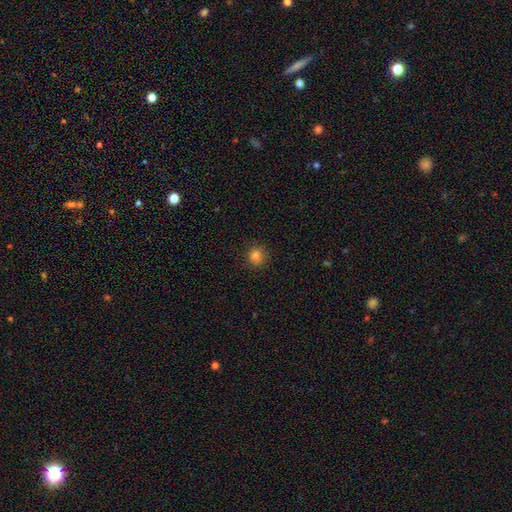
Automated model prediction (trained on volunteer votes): Smooth or featured? Predicted: smooth (p=0.82). How rounded? Predicted: round (p=0.89). Merging? Predicted: none (p=0.87).